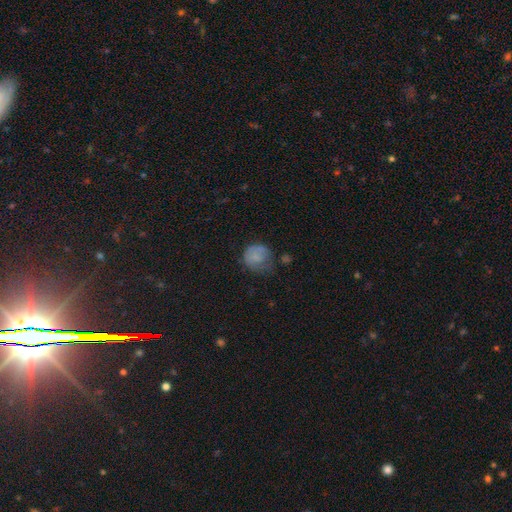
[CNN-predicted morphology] Q: Smooth or featured?
A: smooth (72%); runner-up: featured or disk (19%)
Q: How rounded?
A: round (78%); runner-up: in between (21%)
Q: Merging?
A: none (42%); runner-up: minor disturbance (32%)